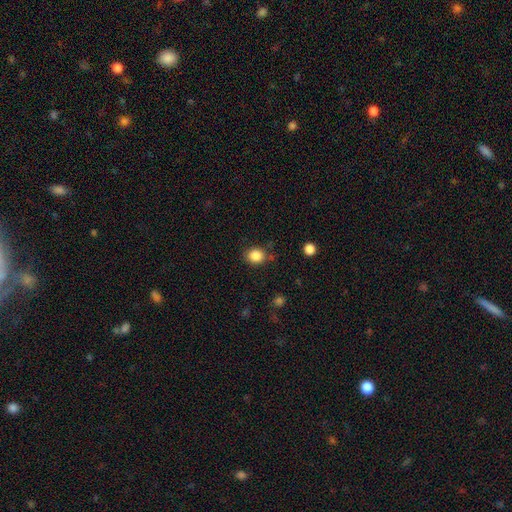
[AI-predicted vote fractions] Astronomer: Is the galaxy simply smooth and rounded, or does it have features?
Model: smooth — 86%.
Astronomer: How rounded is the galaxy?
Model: round — 68%.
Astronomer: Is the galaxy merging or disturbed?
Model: none — 80%.